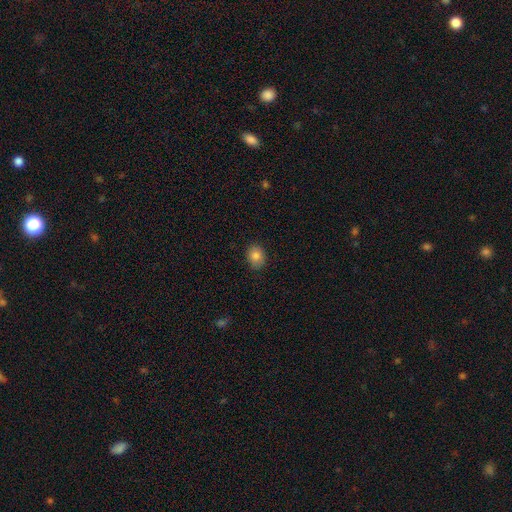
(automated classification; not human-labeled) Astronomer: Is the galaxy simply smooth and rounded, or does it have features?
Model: smooth — 84%.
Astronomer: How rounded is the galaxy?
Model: in between — 55% (runner-up: round, 44%).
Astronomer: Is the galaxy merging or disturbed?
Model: none — 87%.